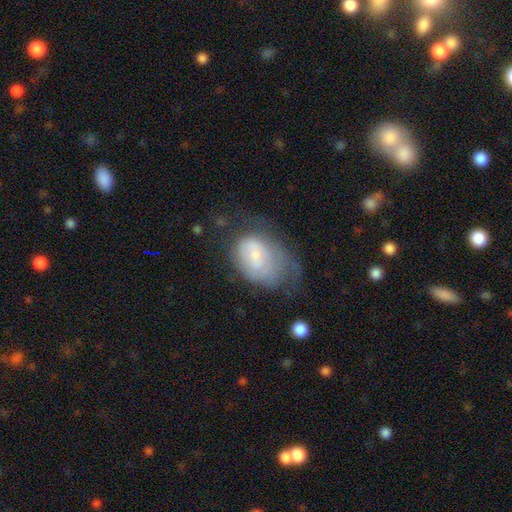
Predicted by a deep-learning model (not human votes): A smooth galaxy with no disk features (52%) that is in between round and cigar-shaped (78%). Merging: major disturbance (36%).